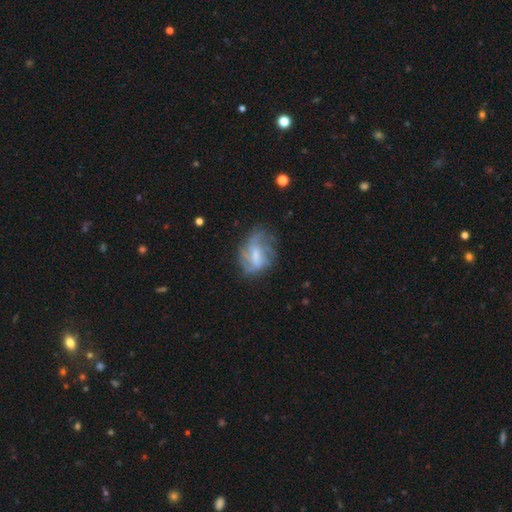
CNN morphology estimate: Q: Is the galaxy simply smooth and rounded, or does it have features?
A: featured or disk — 64%.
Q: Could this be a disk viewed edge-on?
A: no — 96%.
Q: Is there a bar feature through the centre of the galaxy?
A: weak — 52%.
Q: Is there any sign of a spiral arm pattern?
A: yes — 77%.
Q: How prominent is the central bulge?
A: moderate — 40%.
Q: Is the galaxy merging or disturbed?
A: none — 55%.